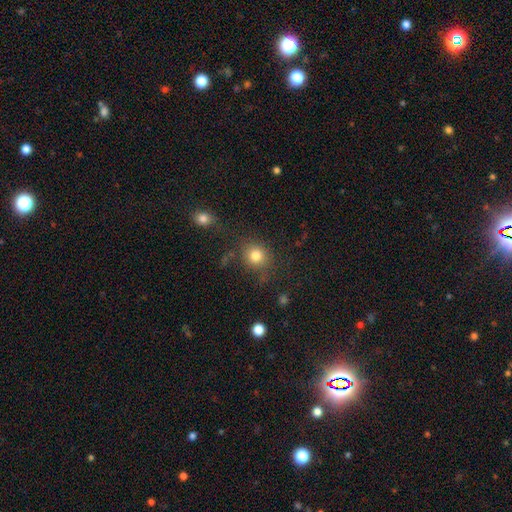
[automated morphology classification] This appears to be a smooth galaxy with no disk features (80%) that is round (85%). Merging: none (74%).